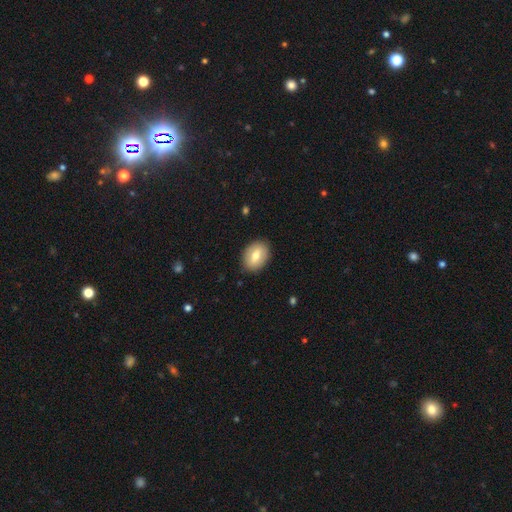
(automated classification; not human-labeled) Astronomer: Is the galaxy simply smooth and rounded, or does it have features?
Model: smooth — 68%.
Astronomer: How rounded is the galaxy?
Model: in between — 77%.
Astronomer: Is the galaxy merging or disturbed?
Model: none — 87%.